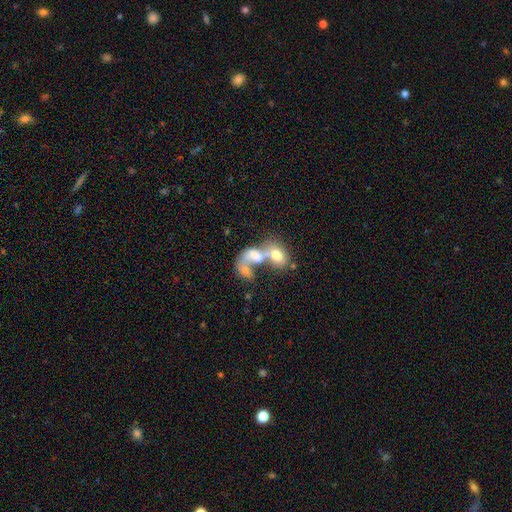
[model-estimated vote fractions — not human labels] This appears to be a smooth galaxy with no disk features (49%). Merging: merger (73%).